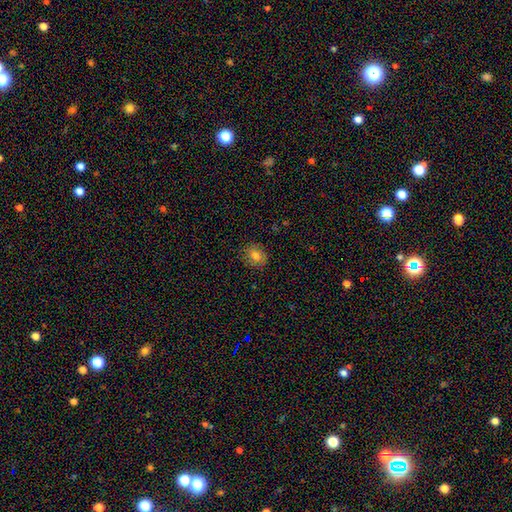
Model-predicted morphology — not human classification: A smooth galaxy with no disk features (78%) that is round (60%).

Vote fractions:
- Smooth or featured? smooth: 78% / featured or disk: 12% / star or artifact: 11%
- How rounded? round: 60% / in between: 39% / cigar-shaped: 1%
- Merging? none: 85% / minor disturbance: 11% / major disturbance: 3% / merger: 1%